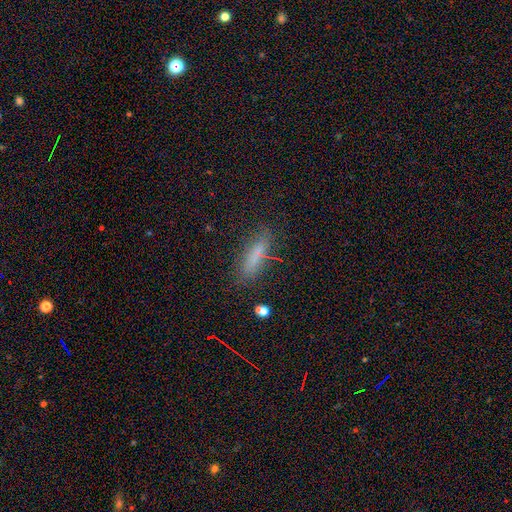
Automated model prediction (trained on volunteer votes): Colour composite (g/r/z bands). It shows a smooth galaxy with no disk features (72%) that is cigar-shaped (70%). Merging: none (79%).